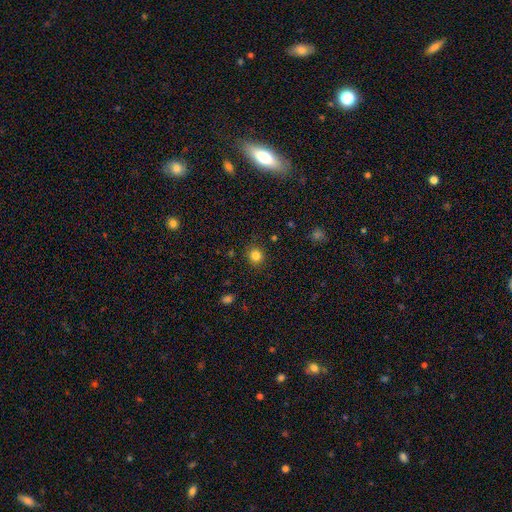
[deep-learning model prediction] A smooth galaxy with no disk features (83%) that is round (89%). Merging: none (89%).